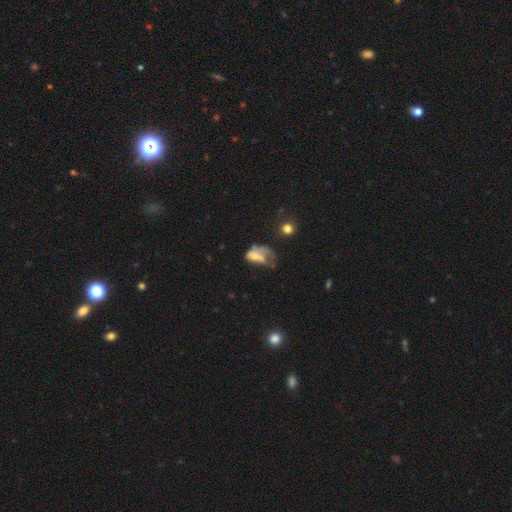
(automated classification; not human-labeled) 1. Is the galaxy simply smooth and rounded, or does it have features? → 46% smooth, 41% featured or disk, 12% star or artifact.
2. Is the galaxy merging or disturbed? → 52% major disturbance, 18% minor disturbance, 18% none, 12% merger.